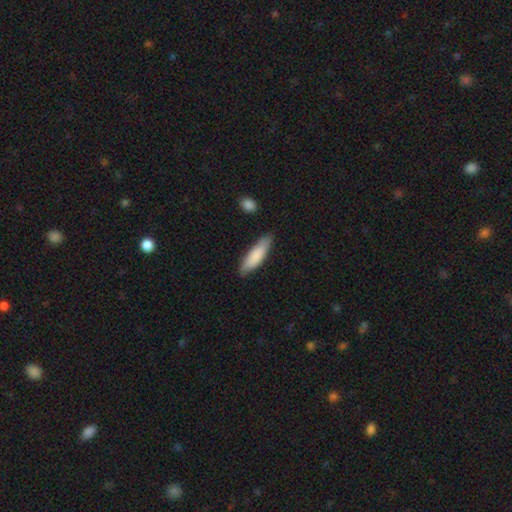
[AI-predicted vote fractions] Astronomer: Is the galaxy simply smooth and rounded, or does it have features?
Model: smooth — 82%.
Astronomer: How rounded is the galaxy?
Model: cigar-shaped — 61% (runner-up: in between, 38%).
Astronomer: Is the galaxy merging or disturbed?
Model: none — 80%.